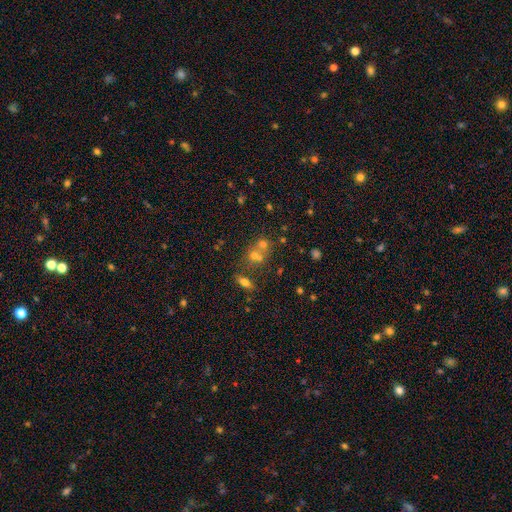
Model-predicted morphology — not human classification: Smooth or featured: smooth — 52% (star or artifact — 25%)
How rounded: round — 66% (in between — 32%)
Merging: merger — 51% (none — 37%)